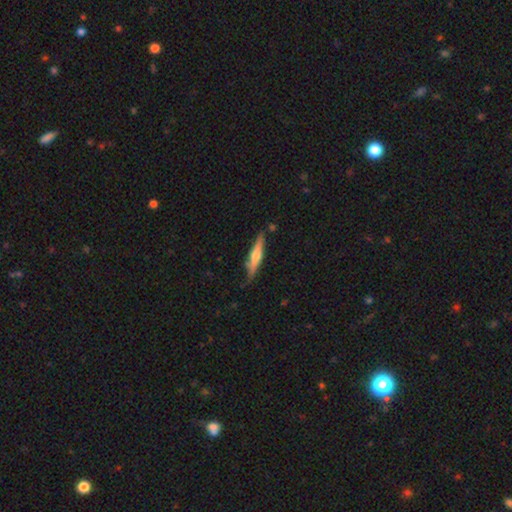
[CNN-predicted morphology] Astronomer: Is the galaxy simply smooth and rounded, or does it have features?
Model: featured or disk — 56% (runner-up: smooth, 39%).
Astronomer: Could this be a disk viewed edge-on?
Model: yes — 95%.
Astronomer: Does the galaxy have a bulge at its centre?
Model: rounded — 82%.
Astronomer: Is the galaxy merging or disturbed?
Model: none — 76%.